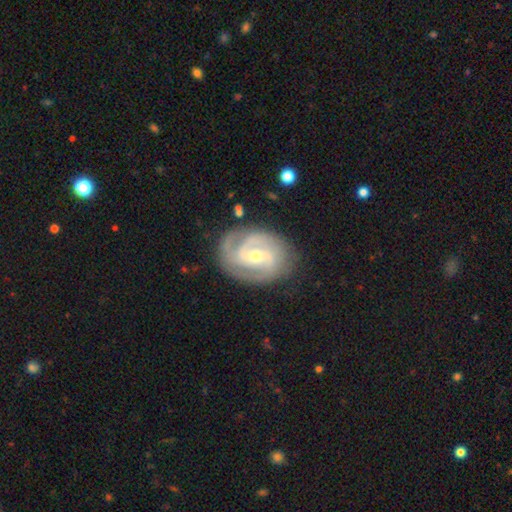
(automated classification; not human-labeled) This appears to be a featured or disk galaxy (88%) with a weak bar (47%), 2 (48%) tight (47%) spiral arms (97%) and a small central bulge (55%). Merging: none (77%).